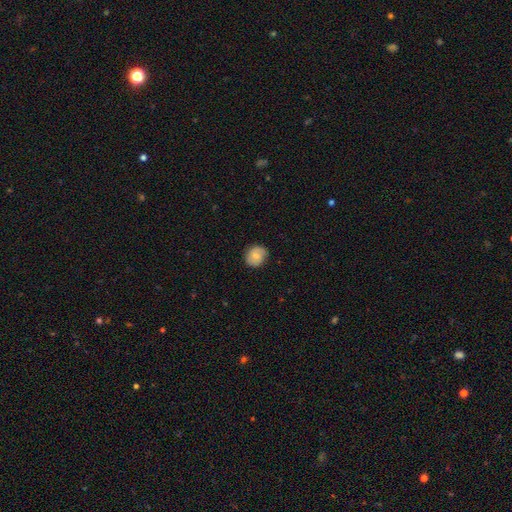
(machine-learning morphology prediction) type=smooth (70%); roundness=round (72%); merging=none (80%).